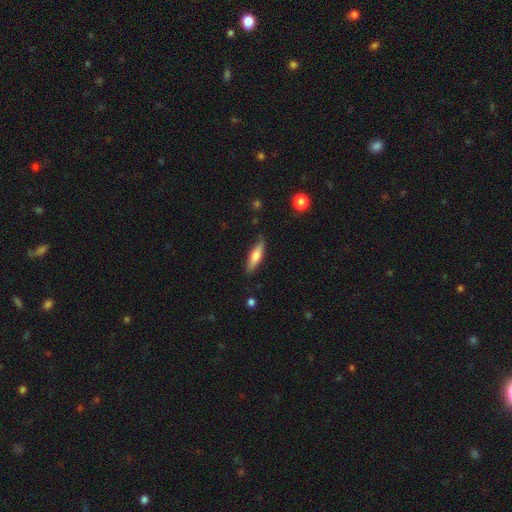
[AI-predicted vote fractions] Overall: smooth (62%; featured or disk 33%). How rounded: cigar-shaped (70%). Merging: none (84%).